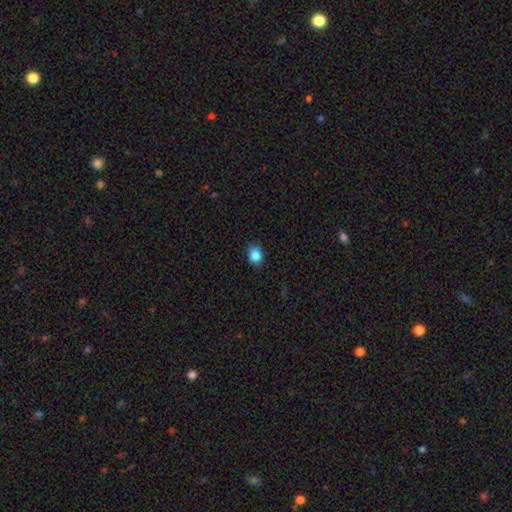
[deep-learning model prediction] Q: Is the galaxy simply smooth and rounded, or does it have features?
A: smooth — 86%.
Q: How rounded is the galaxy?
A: in between — 52%.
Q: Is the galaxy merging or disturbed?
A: none — 85%.